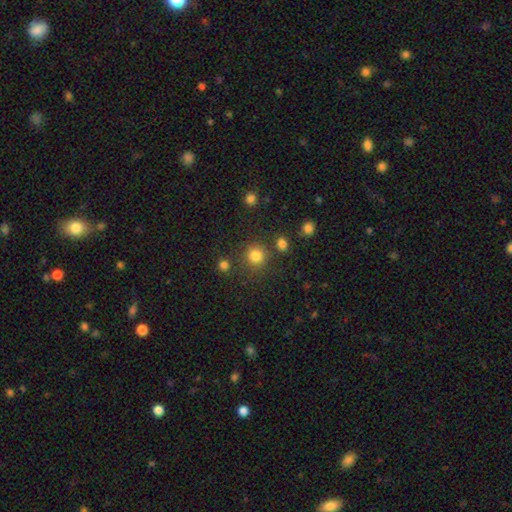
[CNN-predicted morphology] Overall: smooth (81%). How rounded: round (90%). Merging: none (77%).